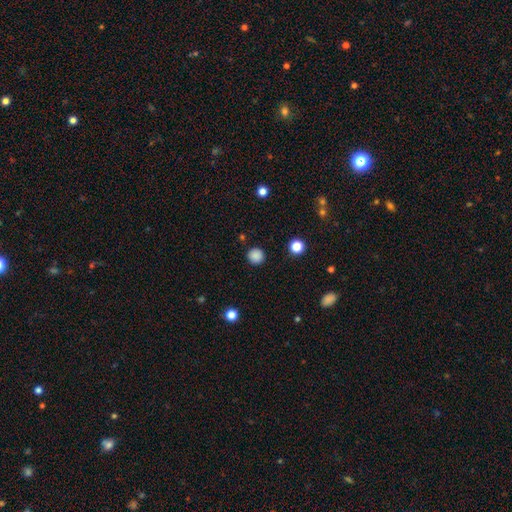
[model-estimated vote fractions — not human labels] This appears to be a smooth galaxy with no disk features (86%) that is round (95%). Merging: none (91%).